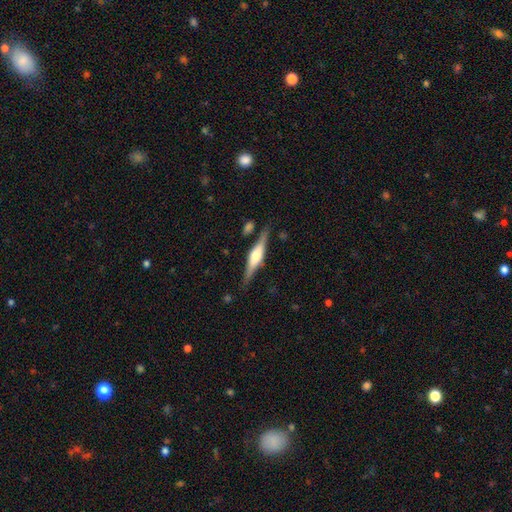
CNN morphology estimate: type=featured or disk (72%); edge-on=yes (97%); edge-on bulge=rounded (80%); merging=none (82%).